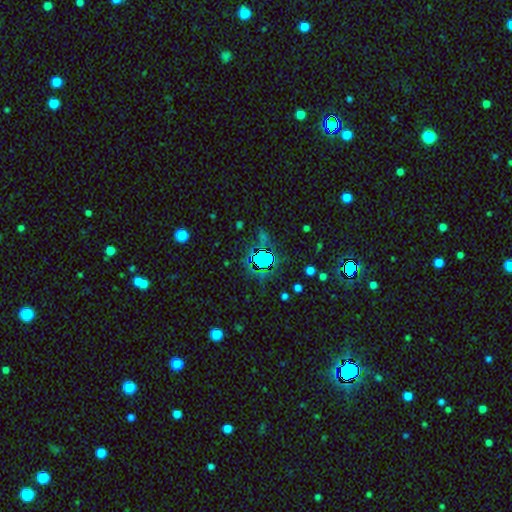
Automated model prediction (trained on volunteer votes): Q: Smooth or featured?
A: star or artifact (64%); runner-up: smooth (25%)